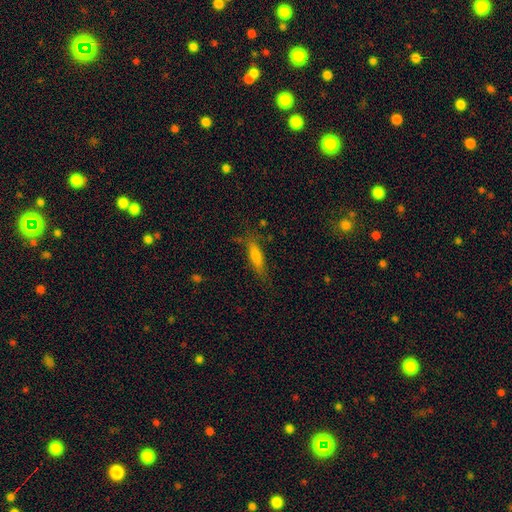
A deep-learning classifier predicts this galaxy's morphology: This is likely a smooth galaxy (65%). How rounded: likely cigar-shaped (69%). Merging: likely none (75%).